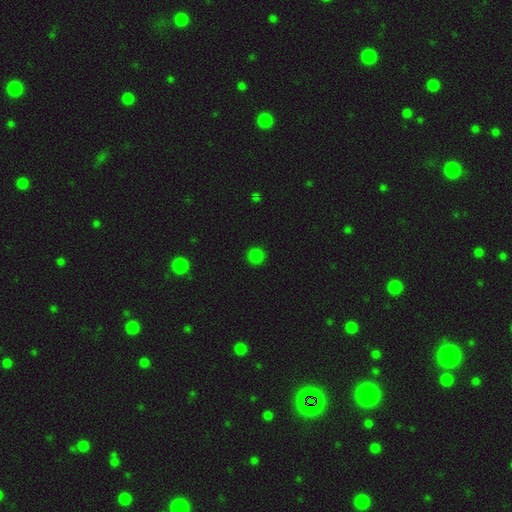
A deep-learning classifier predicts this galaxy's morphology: A smooth galaxy with no disk features (83%) that is round (94%). Merging: none (92%).